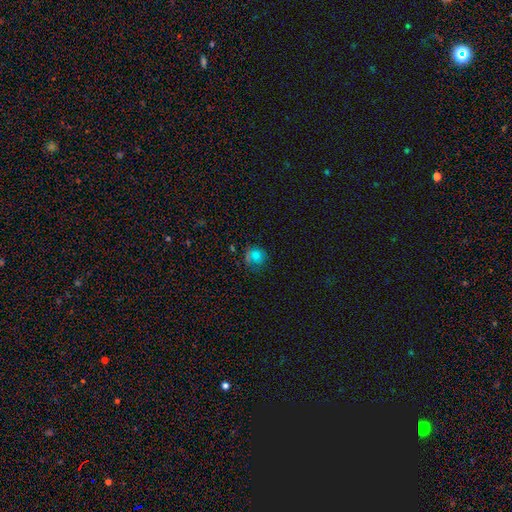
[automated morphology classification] smooth 69%, star or artifact 19%, featured or disk 12%. Down the decision tree: how rounded — round (84%); merging — none (61%).